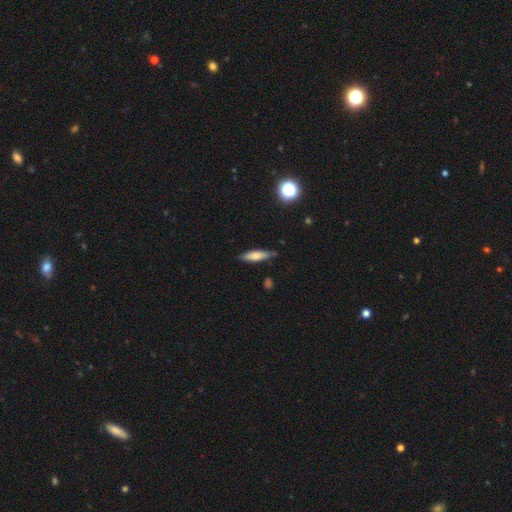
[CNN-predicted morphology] Q: Smooth or featured?
A: smooth (70%); runner-up: featured or disk (23%)
Q: How rounded?
A: cigar-shaped (66%); runner-up: in between (32%)
Q: Merging?
A: none (79%); runner-up: minor disturbance (16%)